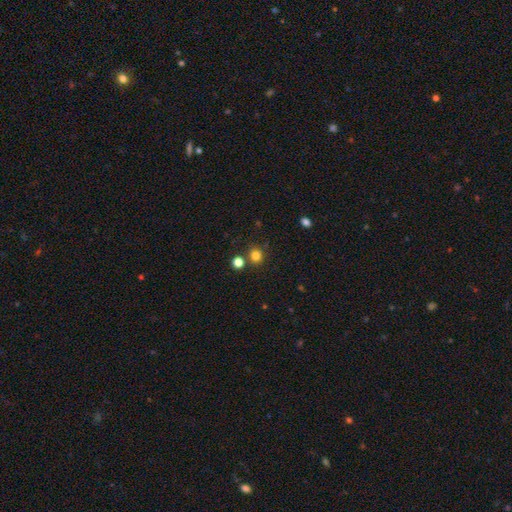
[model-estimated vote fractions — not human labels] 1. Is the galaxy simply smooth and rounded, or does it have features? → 81% smooth, 14% star or artifact, 5% featured or disk.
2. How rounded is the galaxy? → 86% round, 13% in between, 1% cigar-shaped.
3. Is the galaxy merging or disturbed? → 79% none, 10% merger, 8% minor disturbance, 3% major disturbance.